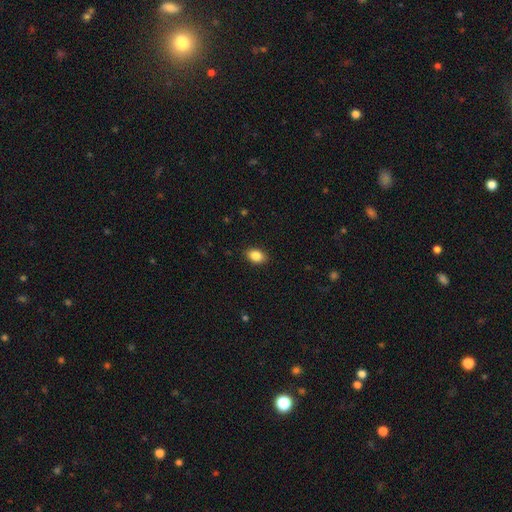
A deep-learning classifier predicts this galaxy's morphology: A smooth galaxy with no disk features (87%) that is in between round and cigar-shaped (83%).

Vote fractions:
- Smooth or featured? smooth: 87% / star or artifact: 8% / featured or disk: 5%
- How rounded? in between: 83% / round: 15% / cigar-shaped: 1%
- Merging? none: 89% / minor disturbance: 8% / major disturbance: 2% / merger: 1%